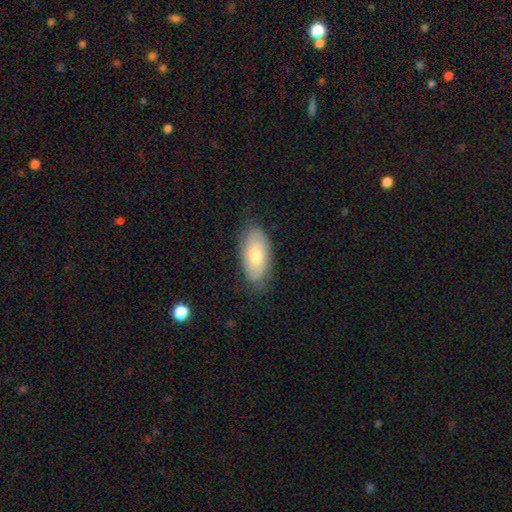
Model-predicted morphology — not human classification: This is likely a smooth galaxy (68%). How rounded: clearly in between (93%). Merging: likely none (78%).